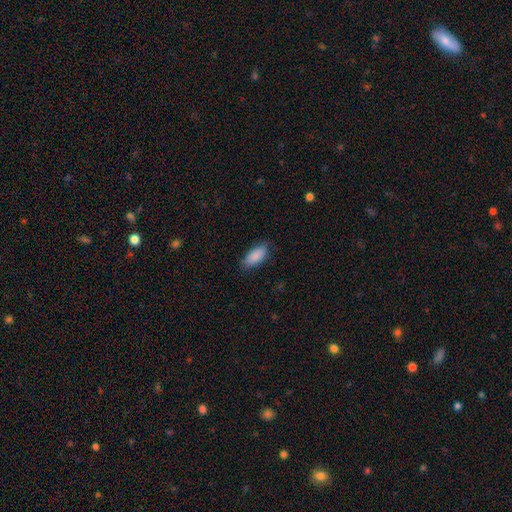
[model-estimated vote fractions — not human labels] This appears to be a smooth galaxy with no disk features (89%) that is in between round and cigar-shaped (87%). Merging: none (80%).